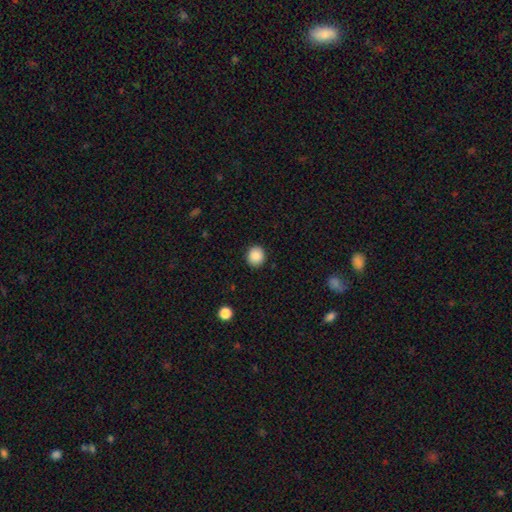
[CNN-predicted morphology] smooth 88%, star or artifact 9%, featured or disk 3%. Down the decision tree: how rounded — round (86%); merging — none (91%).